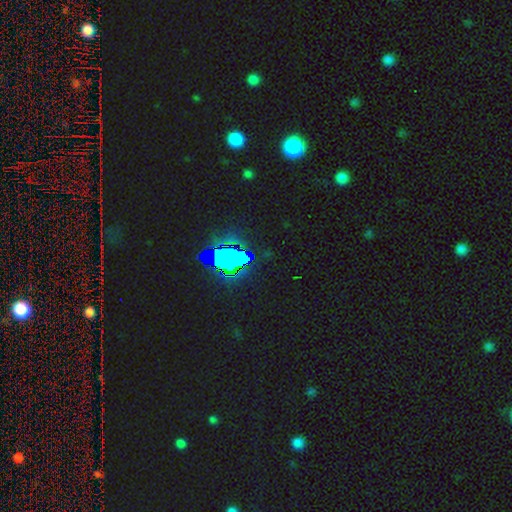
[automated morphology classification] Smooth or featured?
  - star or artifact: 79% *
  - smooth: 12%
  - featured or disk: 8%